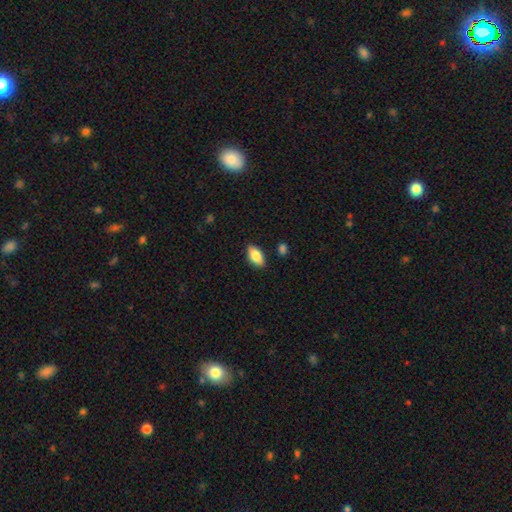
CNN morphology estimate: type=smooth (82%); roundness=in between (90%); merging=none (85%).